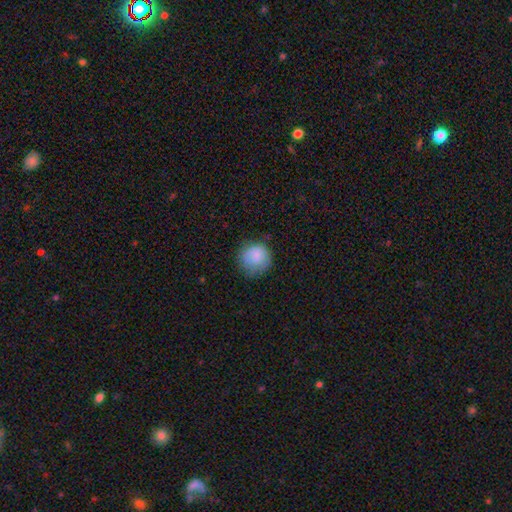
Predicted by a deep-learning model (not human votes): A smooth galaxy with no disk features (82%) that is round (87%). Merging: none (66%).